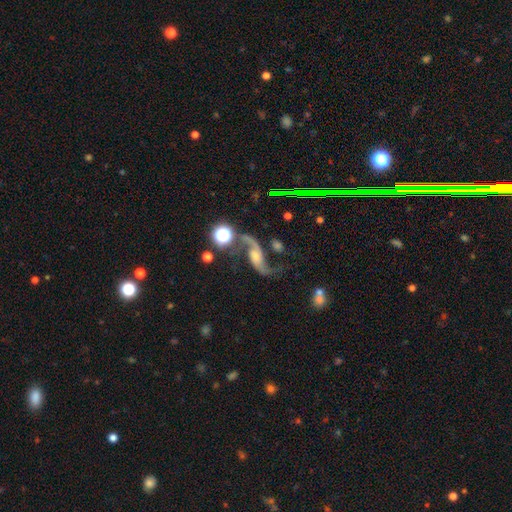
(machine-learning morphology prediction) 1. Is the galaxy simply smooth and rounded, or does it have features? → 86% featured or disk, 8% star or artifact, 6% smooth.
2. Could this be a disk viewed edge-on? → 95% no, 5% yes.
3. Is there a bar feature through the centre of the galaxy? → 53% no, 33% weak, 14% strong.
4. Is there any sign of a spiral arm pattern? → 96% yes, 4% no.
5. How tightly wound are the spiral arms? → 88% loose, 10% medium, 2% tight.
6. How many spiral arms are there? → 93% 2, 3% 1, 1% can't tell, 1% 3, 1% 4, 1% more than 4.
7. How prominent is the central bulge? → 35% small, 33% moderate, 18% none, 11% large, 3% dominant.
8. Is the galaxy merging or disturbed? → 61% none, 16% minor disturbance, 14% major disturbance, 9% merger.